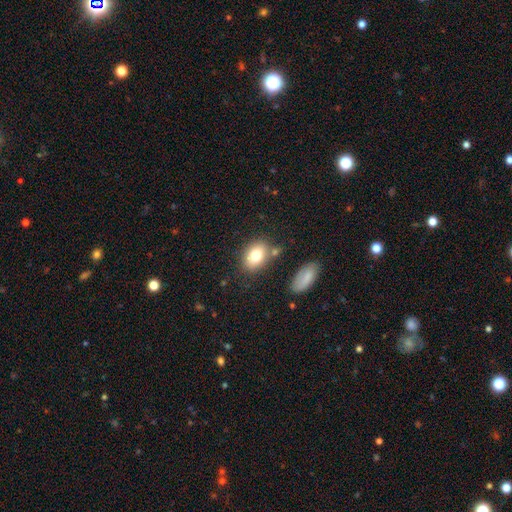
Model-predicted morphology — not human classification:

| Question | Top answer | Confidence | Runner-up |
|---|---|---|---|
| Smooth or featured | smooth | 78% | featured or disk (14%) |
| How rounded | in between | 77% | round (22%) |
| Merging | none | 72% | minor disturbance (13%) |